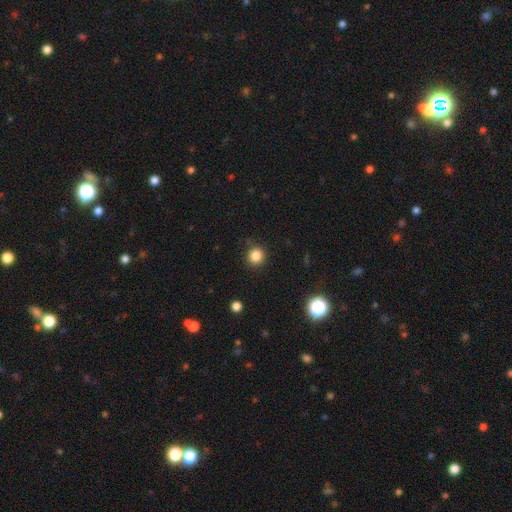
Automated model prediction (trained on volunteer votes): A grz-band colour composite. It shows a smooth galaxy with no disk features (85%) that is round (90%). Merging: none (88%).